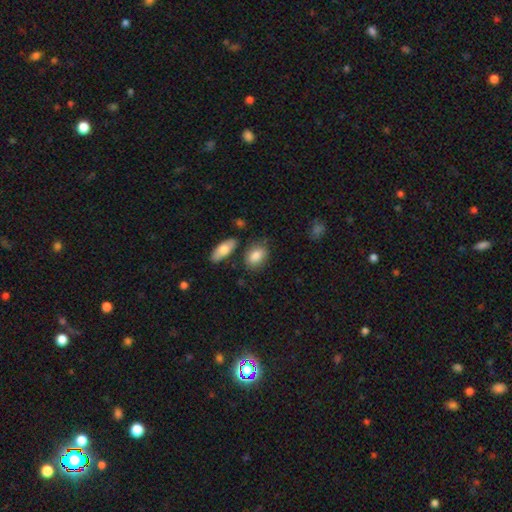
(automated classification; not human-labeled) A smooth galaxy with no disk features (84%) that is in between round and cigar-shaped (87%). Merging: none (71%).